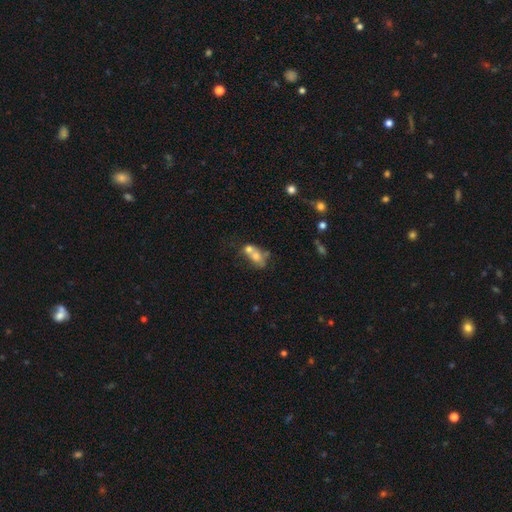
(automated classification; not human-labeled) Smooth or featured? smooth (61%)
How rounded? in between (65%)
Merging? merger (63%)